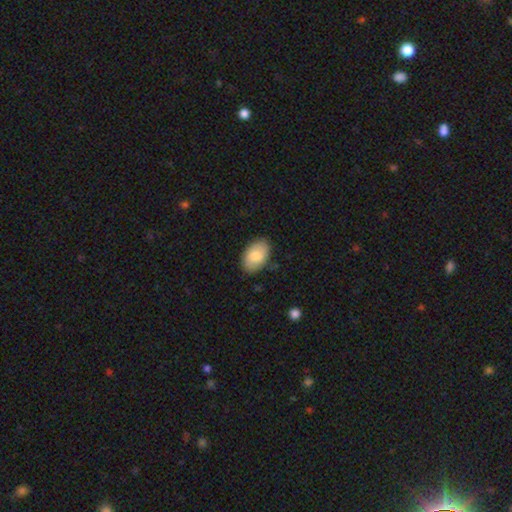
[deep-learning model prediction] The model was most divided on "smooth or featured": smooth: 77%, featured or disk: 18%, star or artifact: 6%. More confident: how rounded — in between (90%); merging — none (82%).